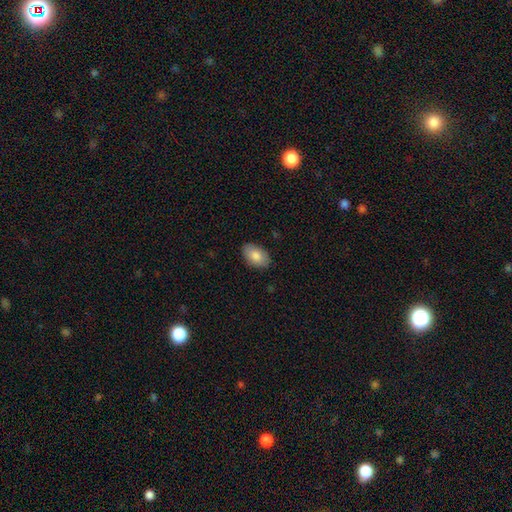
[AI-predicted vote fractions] Smooth or featured: smooth — 83% (featured or disk — 11%)
How rounded: in between — 92% (round — 7%)
Merging: none — 87% (minor disturbance — 10%)